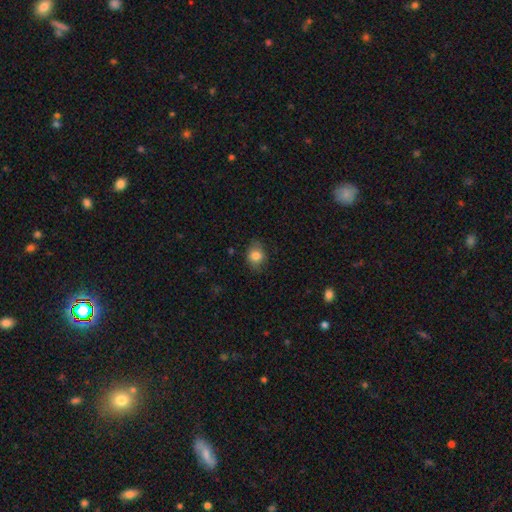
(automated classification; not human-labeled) smooth-or-featured: smooth: 80% | featured or disk: 11% | star or artifact: 9%
  how-rounded: in between: 50% | round: 49% | cigar-shaped: 1%
  merging: none: 75% | minor disturbance: 20% | major disturbance: 4% | merger: 1%